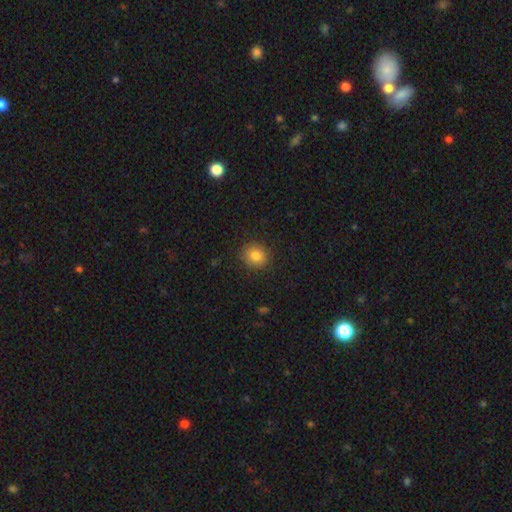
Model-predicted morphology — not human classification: smooth-or-featured: smooth: 84% | star or artifact: 10% | featured or disk: 6%
  how-rounded: round: 80% | in between: 19% | cigar-shaped: 1%
  merging: none: 88% | minor disturbance: 8% | major disturbance: 3% | merger: 1%